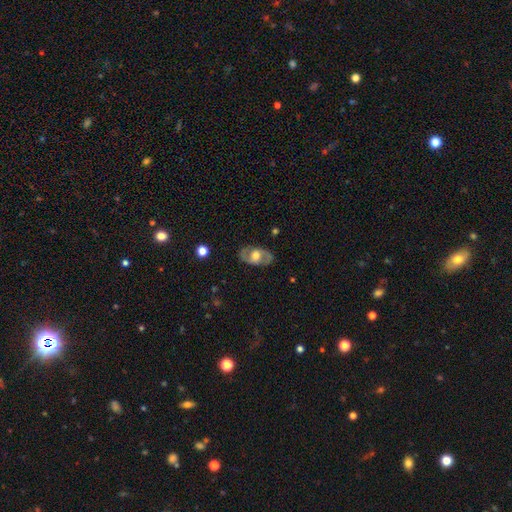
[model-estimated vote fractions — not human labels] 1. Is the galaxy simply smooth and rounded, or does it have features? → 65% featured or disk, 29% smooth, 6% star or artifact.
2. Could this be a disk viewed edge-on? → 91% no, 9% yes.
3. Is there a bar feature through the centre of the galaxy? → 60% no, 31% weak, 9% strong.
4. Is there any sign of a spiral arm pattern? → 63% yes, 37% no.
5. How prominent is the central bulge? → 57% moderate, 29% large, 10% small, 2% dominant, 2% none.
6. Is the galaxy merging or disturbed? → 81% none, 13% minor disturbance, 5% major disturbance, 1% merger.